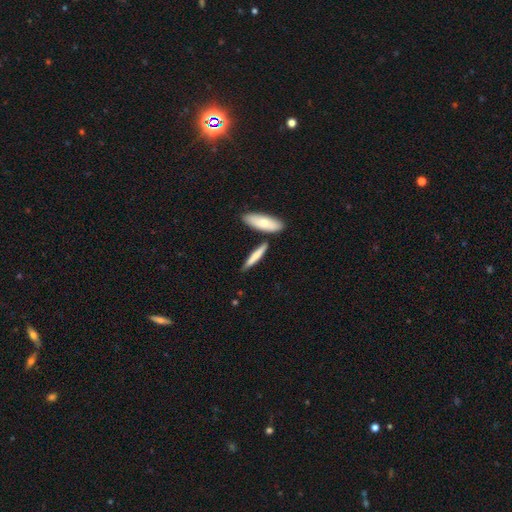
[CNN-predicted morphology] Smooth or featured? Predicted: smooth (p=0.67). How rounded? Predicted: cigar-shaped (p=0.86). Merging? Predicted: none (p=0.75).